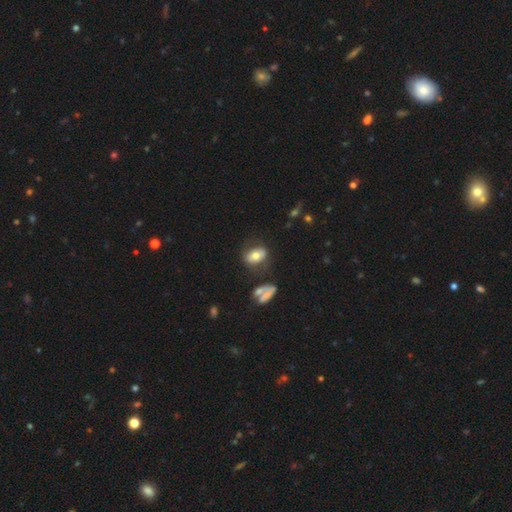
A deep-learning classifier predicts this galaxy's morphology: Smooth or featured? smooth (65%)
How rounded? in between (77%)
Merging? none (62%)